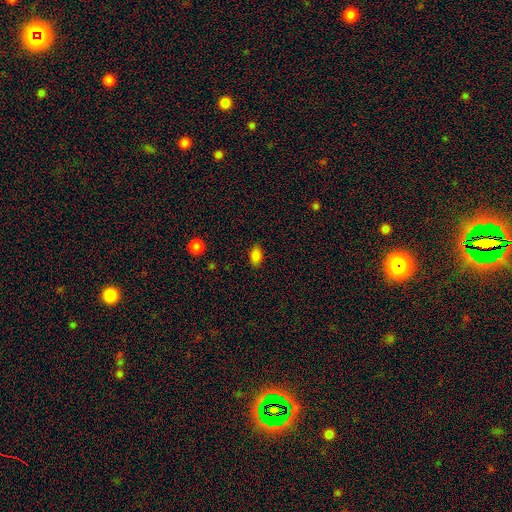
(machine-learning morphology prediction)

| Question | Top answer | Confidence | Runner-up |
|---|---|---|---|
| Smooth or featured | smooth | 85% | star or artifact (10%) |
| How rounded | in between | 88% | round (10%) |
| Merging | none | 86% | minor disturbance (10%) |